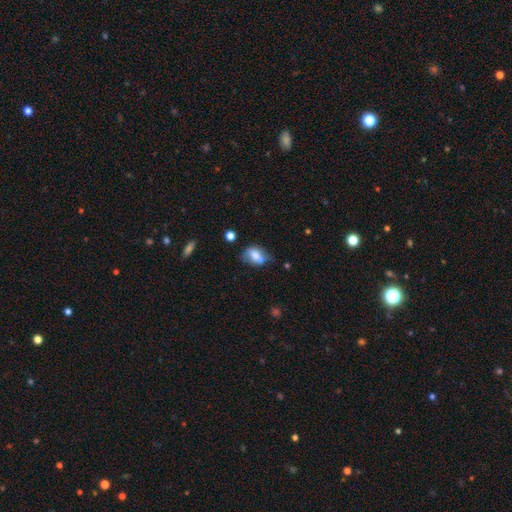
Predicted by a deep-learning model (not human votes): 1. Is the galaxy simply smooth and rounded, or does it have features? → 65% smooth, 27% featured or disk, 9% star or artifact.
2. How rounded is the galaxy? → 80% in between, 16% round, 3% cigar-shaped.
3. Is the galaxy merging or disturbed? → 50% none, 33% minor disturbance, 12% major disturbance, 5% merger.